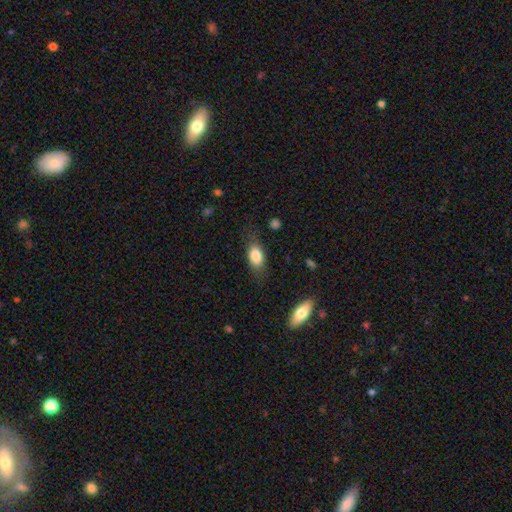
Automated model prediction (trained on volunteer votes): smooth-or-featured: smooth: 82% | featured or disk: 11% | star or artifact: 7%
  how-rounded: in between: 87% | round: 7% | cigar-shaped: 7%
  merging: none: 73% | minor disturbance: 19% | major disturbance: 7% | merger: 2%